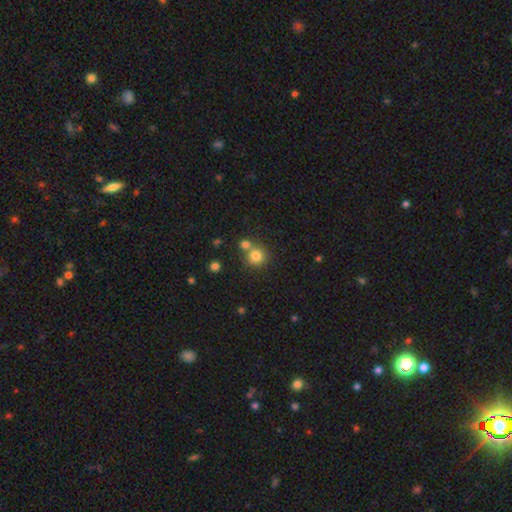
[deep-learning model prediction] smooth 79%, star or artifact 13%, featured or disk 8%. Down the decision tree: how rounded — round (89%); merging — none (60%).